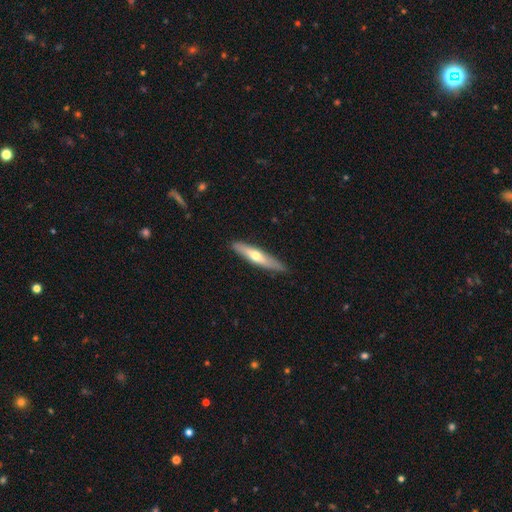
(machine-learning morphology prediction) Smooth or featured?
  - featured or disk: 49% *
  - smooth: 46%
  - star or artifact: 5%
Merging?
  - none: 85% *
  - minor disturbance: 12%
  - major disturbance: 2%
  - merger: 1%